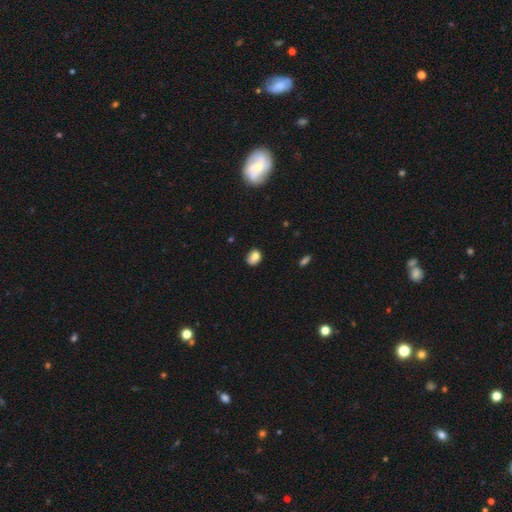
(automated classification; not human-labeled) This appears to be a smooth galaxy with no disk features (80%) that is in between round and cigar-shaped (60%). Merging: none (62%).